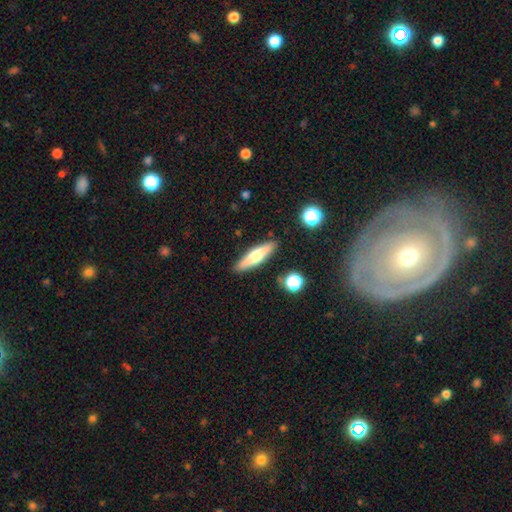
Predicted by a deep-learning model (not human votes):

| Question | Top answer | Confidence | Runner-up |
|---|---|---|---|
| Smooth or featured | smooth | 57% | featured or disk (36%) |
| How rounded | cigar-shaped | 72% | in between (26%) |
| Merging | none | 87% | minor disturbance (9%) |